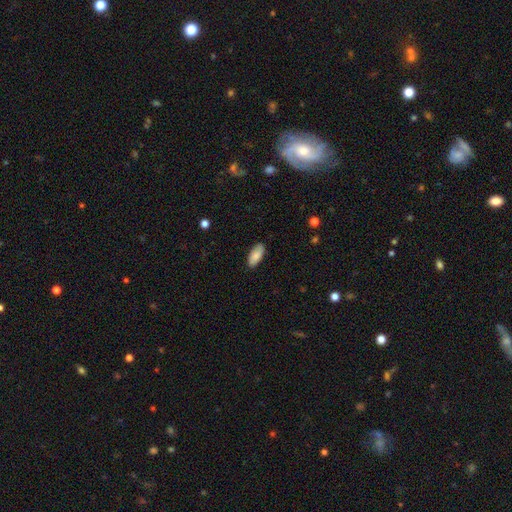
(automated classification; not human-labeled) Morphology: type=smooth (86%); roundness=in between (88%); merging=none (86%).